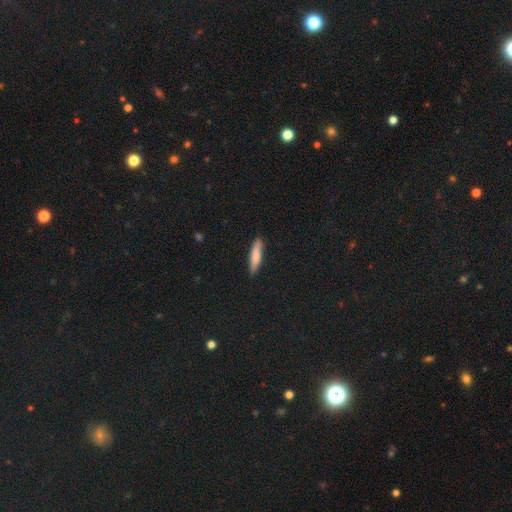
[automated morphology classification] Overall: smooth (75%). How rounded: cigar-shaped (80%). Merging: none (86%).